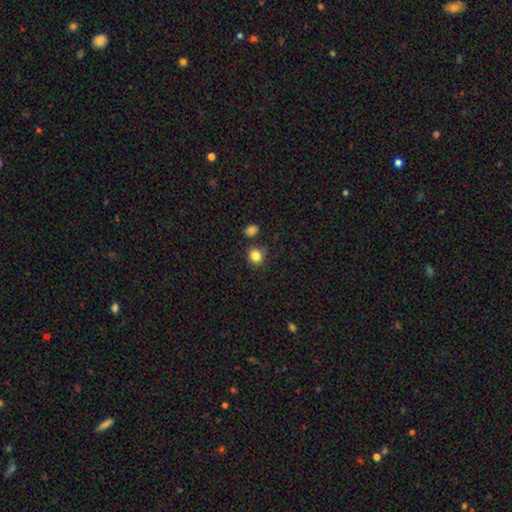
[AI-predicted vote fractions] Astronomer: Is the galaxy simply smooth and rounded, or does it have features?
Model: smooth — 84%.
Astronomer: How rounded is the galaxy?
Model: round — 84%.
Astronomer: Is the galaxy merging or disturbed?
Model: none — 78%.